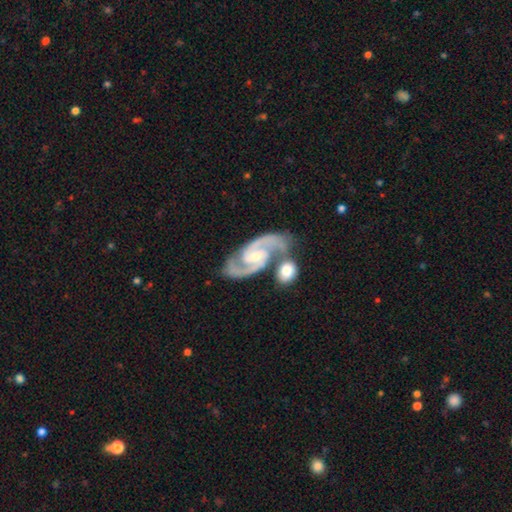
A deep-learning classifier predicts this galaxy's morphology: type=featured or disk (93%); edge-on=no (98%); bar=weak (46%); spiral arms=yes (99%); winding=medium (61%); arm count=2 (94%); bulge=small (54%); merging=none (56%).